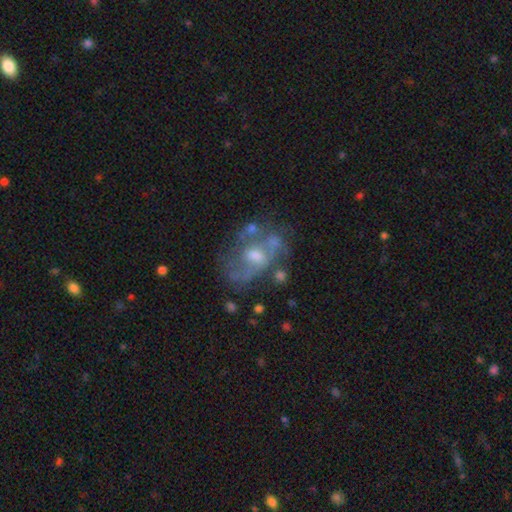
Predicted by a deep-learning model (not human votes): A featured or disk galaxy (70%) with no bar (55%), spiral arms (58%) and a moderate central bulge (56%). Merging: none (48%).